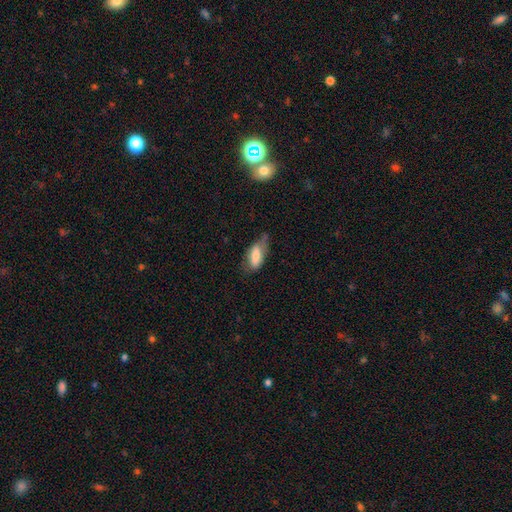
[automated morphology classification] Smooth or featured?
  - smooth: 69% *
  - featured or disk: 24%
  - star or artifact: 7%
How rounded?
  - in between: 83% *
  - cigar-shaped: 14%
  - round: 3%
Merging?
  - none: 42% *
  - minor disturbance: 38%
  - major disturbance: 16%
  - merger: 3%